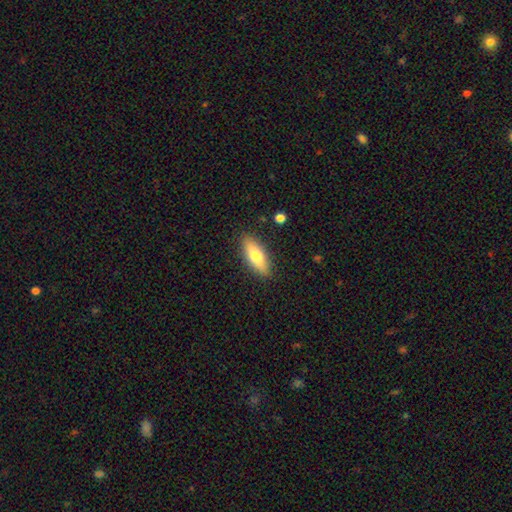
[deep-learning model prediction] Q: Smooth or featured?
A: smooth (70%); runner-up: featured or disk (24%)
Q: How rounded?
A: in between (64%); runner-up: cigar-shaped (34%)
Q: Merging?
A: none (87%); runner-up: minor disturbance (9%)